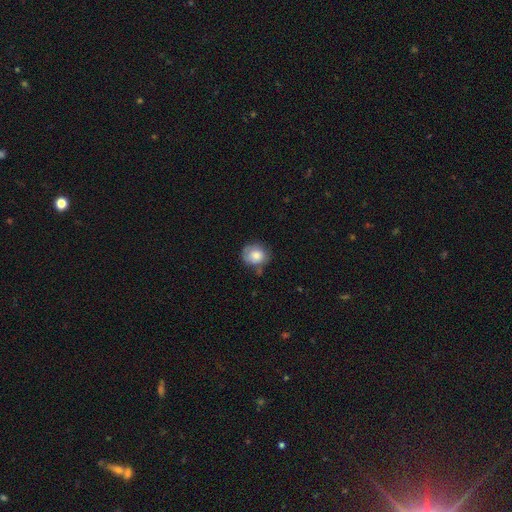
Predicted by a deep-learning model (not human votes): Smooth or featured?
  - smooth: 73% *
  - featured or disk: 19%
  - star or artifact: 8%
How rounded?
  - round: 77% *
  - in between: 23%
  - cigar-shaped: 1%
Merging?
  - none: 60% *
  - minor disturbance: 27%
  - major disturbance: 8%
  - merger: 5%